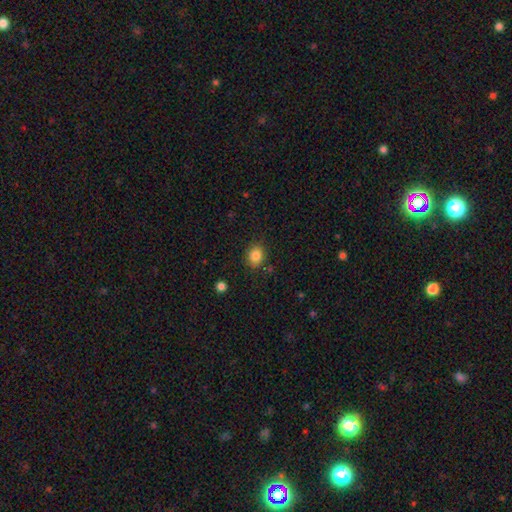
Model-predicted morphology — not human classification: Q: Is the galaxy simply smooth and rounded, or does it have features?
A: smooth — 85%.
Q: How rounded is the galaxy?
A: round — 59%.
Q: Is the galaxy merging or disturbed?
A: none — 83%.